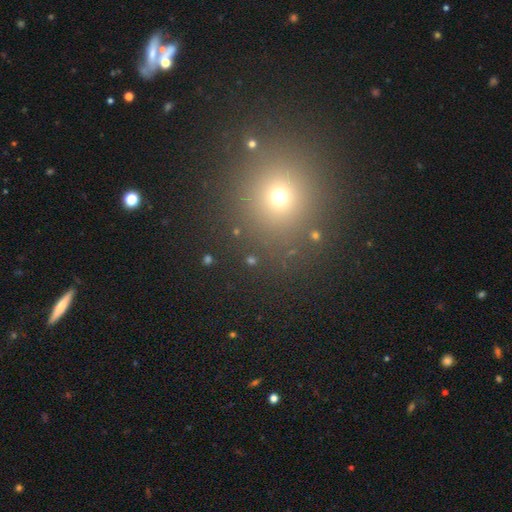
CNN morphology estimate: smooth 60%, star or artifact 32%, featured or disk 7%. Down the decision tree: how rounded — round (89%); merging — none (88%).